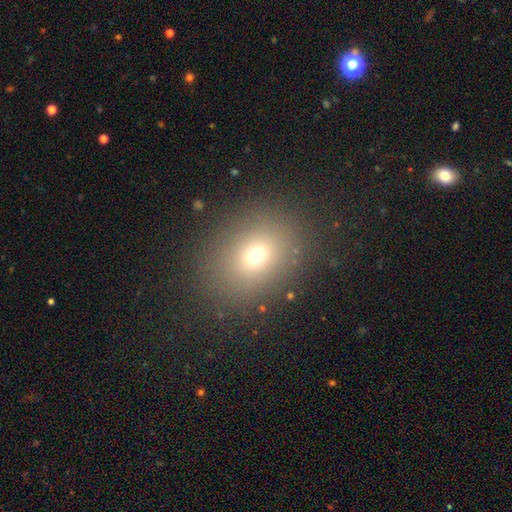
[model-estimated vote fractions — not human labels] Morphology: type=smooth (68%); roundness=round (50%); merging=none (85%).